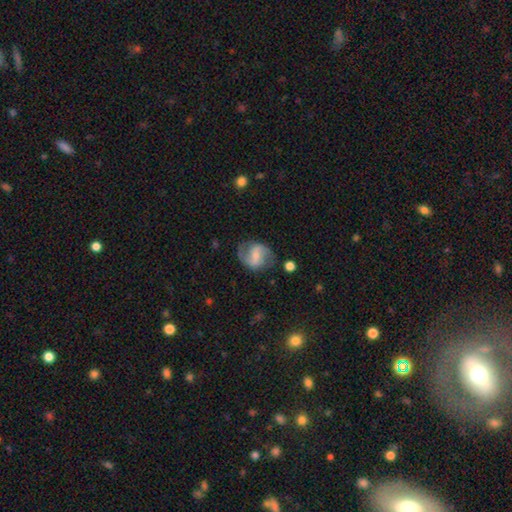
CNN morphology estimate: Smooth or featured: featured or disk — 72% (smooth — 21%)
Edge-on disk: no — 97% (yes — 3%)
Bar: weak — 44% (strong — 38%)
Spiral arms: yes — 90% (no — 10%)
Spiral winding: medium — 47% (loose — 37%)
Spiral arm count: 2 — 89% (can't tell — 5%)
Bulge size: small — 45% (moderate — 26%)
Merging: none — 72% (minor disturbance — 17%)